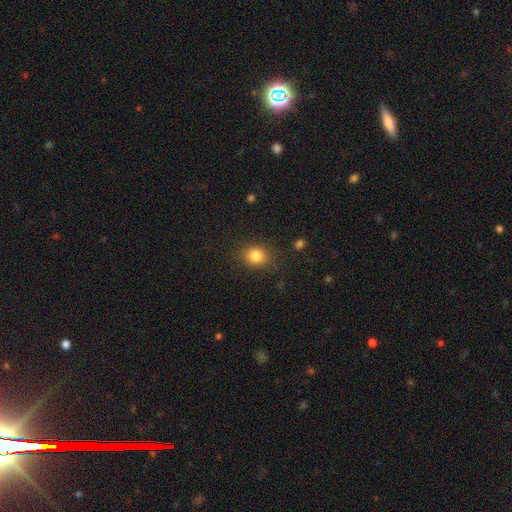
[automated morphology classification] smooth-or-featured: smooth: 83% | star or artifact: 11% | featured or disk: 6%
  how-rounded: round: 59% | in between: 40% | cigar-shaped: 1%
  merging: none: 82% | minor disturbance: 13% | major disturbance: 4% | merger: 1%